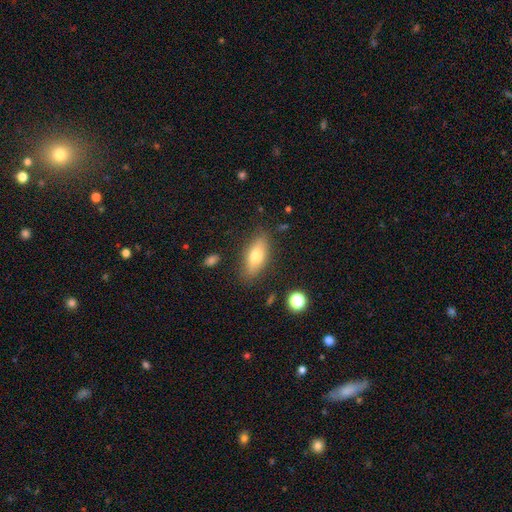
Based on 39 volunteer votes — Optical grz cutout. It shows a smooth galaxy with no disk features (72%) that is in between round and cigar-shaped (79%). Merging: none (62%).